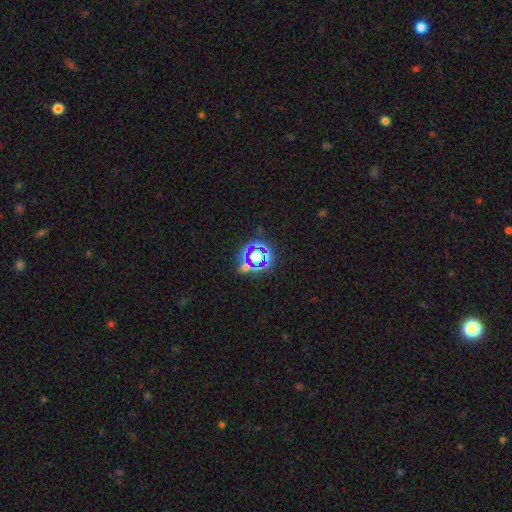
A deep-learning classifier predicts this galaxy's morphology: Smooth or featured?
  - star or artifact: 63% *
  - smooth: 24%
  - featured or disk: 13%